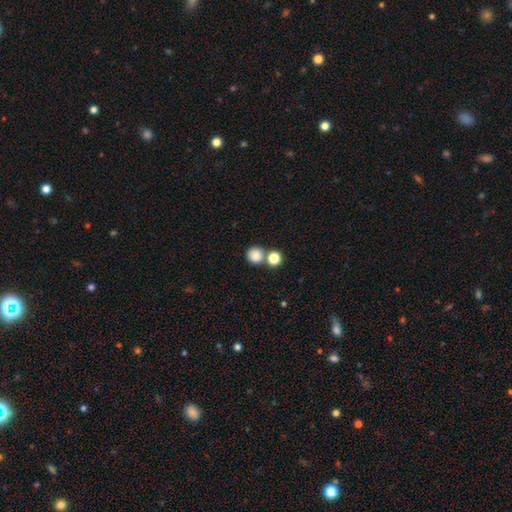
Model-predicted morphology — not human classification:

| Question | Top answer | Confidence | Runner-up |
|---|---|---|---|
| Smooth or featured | smooth | 83% | star or artifact (11%) |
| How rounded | round | 92% | in between (7%) |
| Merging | none | 64% | merger (26%) |